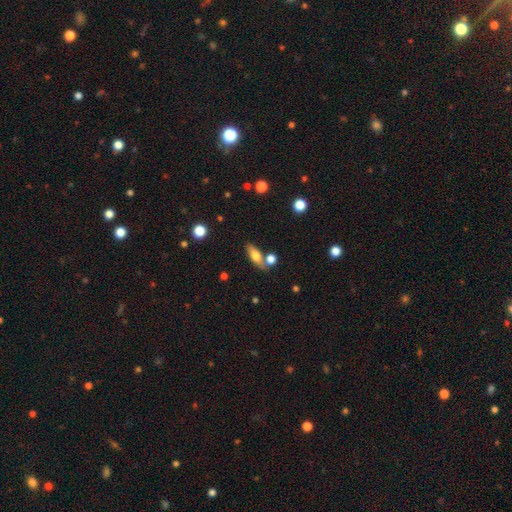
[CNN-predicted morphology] A smooth galaxy with no disk features (68%) that is in between round and cigar-shaped (71%).

Vote fractions:
- Smooth or featured? smooth: 68% / featured or disk: 24% / star or artifact: 9%
- How rounded? in between: 71% / cigar-shaped: 23% / round: 6%
- Merging? none: 63% / merger: 19% / minor disturbance: 13% / major disturbance: 4%